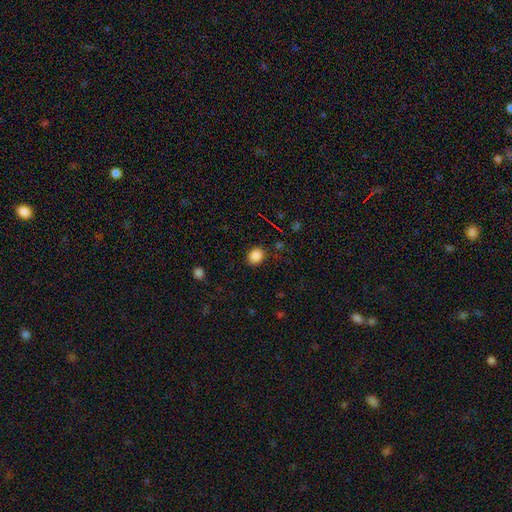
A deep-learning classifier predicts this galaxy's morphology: The model was most divided on "how rounded": round: 62%, in between: 37%, cigar-shaped: 1%. More confident: merging — none (86%); smooth or featured — smooth (85%).